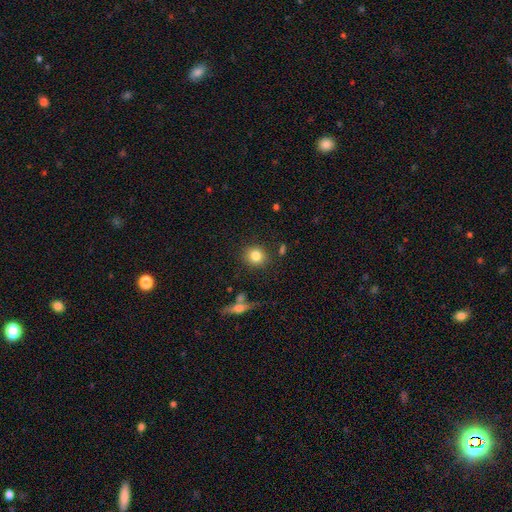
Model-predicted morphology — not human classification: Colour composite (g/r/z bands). It shows a smooth galaxy with no disk features (83%) that is round (84%). Merging: none (86%).